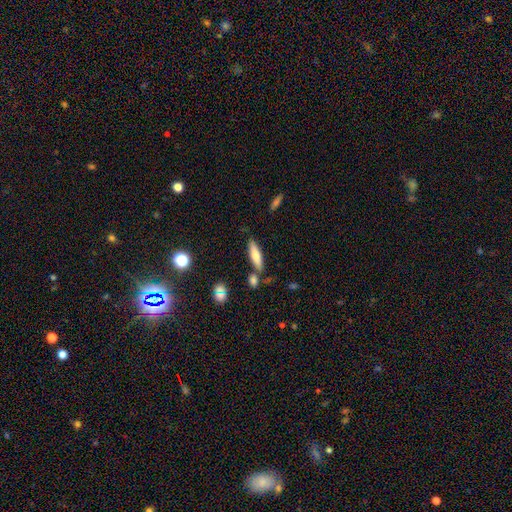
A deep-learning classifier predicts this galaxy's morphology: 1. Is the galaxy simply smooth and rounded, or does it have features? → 69% smooth, 23% featured or disk, 8% star or artifact.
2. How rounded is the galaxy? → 65% cigar-shaped, 33% in between, 2% round.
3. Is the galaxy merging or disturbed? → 72% none, 13% minor disturbance, 12% merger, 3% major disturbance.